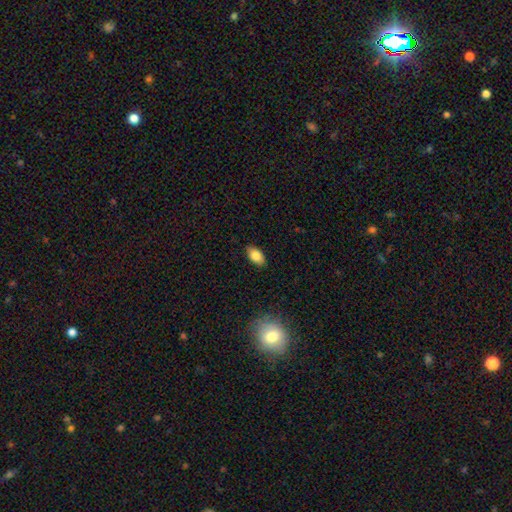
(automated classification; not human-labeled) Smooth or featured? smooth (83%)
How rounded? in between (92%)
Merging? none (88%)